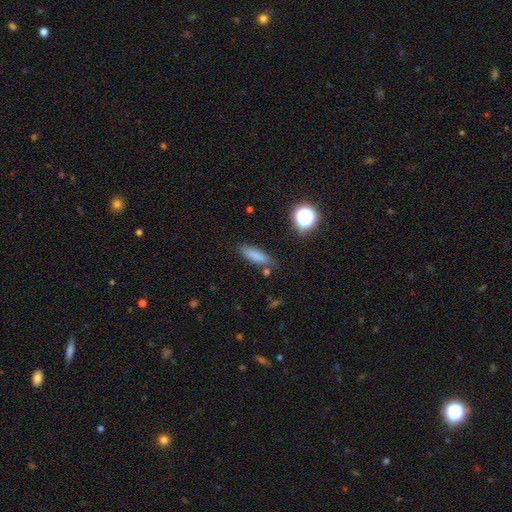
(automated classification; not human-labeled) Q: Smooth or featured?
A: smooth (80%); runner-up: star or artifact (11%)
Q: How rounded?
A: in between (49%); runner-up: cigar-shaped (48%)
Q: Merging?
A: none (75%); runner-up: minor disturbance (16%)